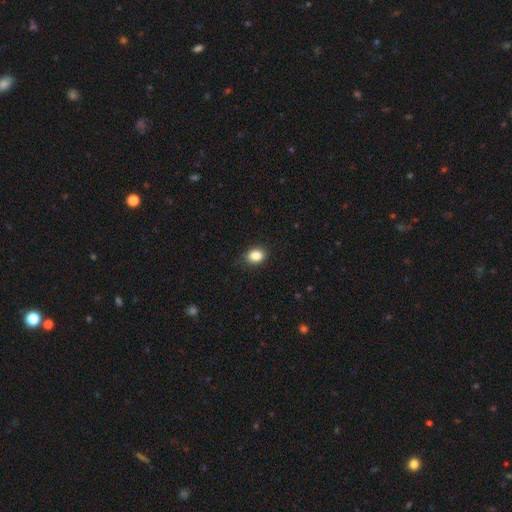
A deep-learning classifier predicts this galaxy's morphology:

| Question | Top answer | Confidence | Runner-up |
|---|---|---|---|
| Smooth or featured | smooth | 85% | star or artifact (9%) |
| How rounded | in between | 64% | round (35%) |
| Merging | none | 84% | minor disturbance (13%) |